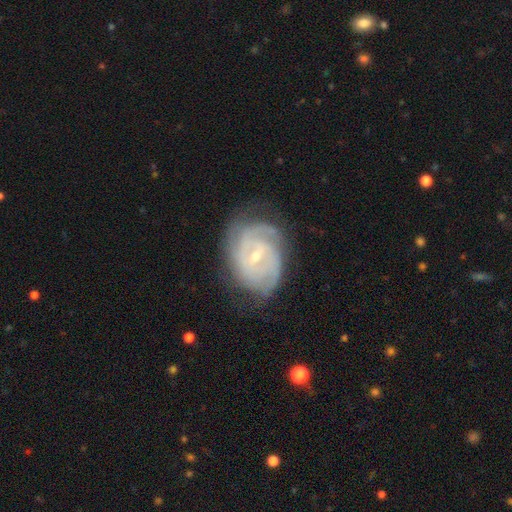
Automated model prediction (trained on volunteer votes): A featured or disk galaxy (85%) with a weak bar (55%), tight (66%) spiral arms (95%) and a small central bulge (70%).

Vote fractions:
- Smooth or featured? featured or disk: 85% / smooth: 9% / star or artifact: 6%
- Edge-on disk? no: 97% / yes: 3%
- Bar? weak: 55% / no: 27% / strong: 19%
- Spiral arms? yes: 95% / no: 5%
- Spiral winding? tight: 66% / medium: 28% / loose: 6%
- Spiral arm count? can't tell: 31% / 2: 25% / 3: 23% / 4: 11% / 1: 5% / more than 4: 5%
- Bulge size? small: 70% / moderate: 27% / none: 2% / large: 1% / dominant: 1%
- Merging? none: 68% / minor disturbance: 21% / major disturbance: 9% / merger: 1%